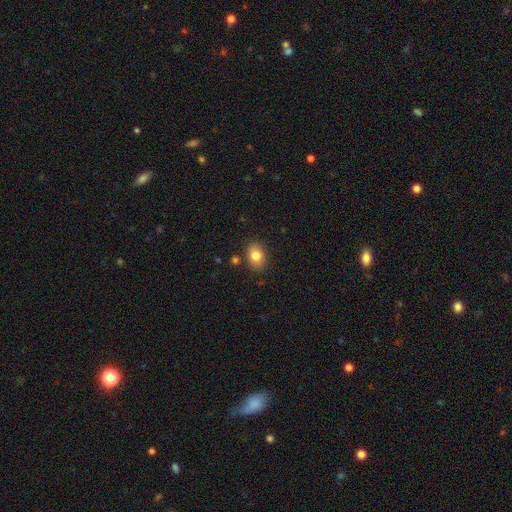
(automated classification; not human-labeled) Q: Smooth or featured?
A: smooth (80%); runner-up: featured or disk (11%)
Q: How rounded?
A: in between (67%); runner-up: round (32%)
Q: Merging?
A: none (85%); runner-up: minor disturbance (10%)